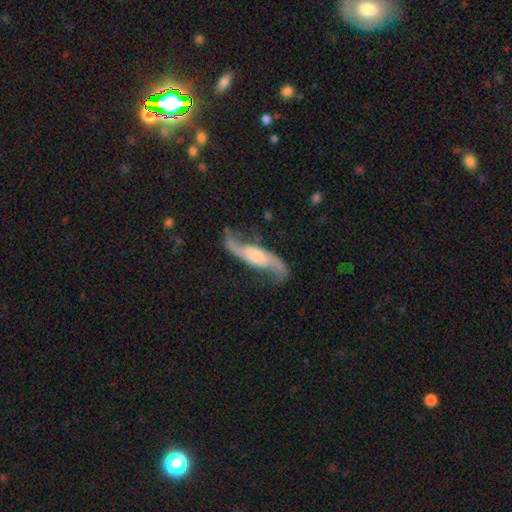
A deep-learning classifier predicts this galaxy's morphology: smooth_or_featured: featured or disk (p=0.84) [alt: smooth p=0.11]
disk_edge_on: no (p=0.84) [alt: yes p=0.16]
bar: no (p=0.51) [alt: weak p=0.30]
has_spiral_arms: yes (p=0.96) [alt: no p=0.04]
spiral_winding: loose (p=0.72) [alt: medium p=0.21]
spiral_arm_count: 2 (p=0.93) [alt: can't tell p=0.02]
bulge_size: moderate (p=0.39) [alt: small p=0.34]
merging: none (p=0.73) [alt: minor disturbance p=0.16]